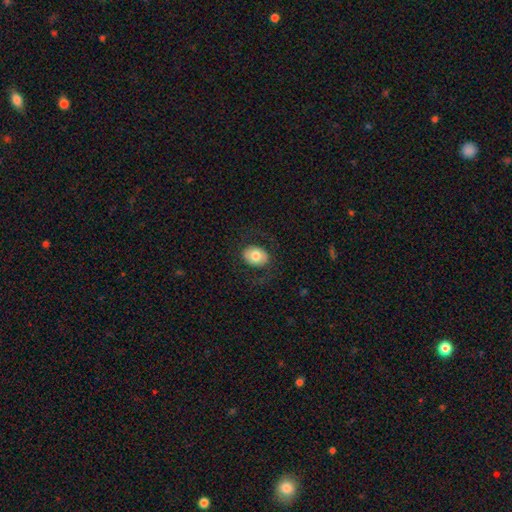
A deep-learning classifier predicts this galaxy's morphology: This appears to be a smooth galaxy with no disk features (70%) that is in between round and cigar-shaped (64%). Merging: none (79%).